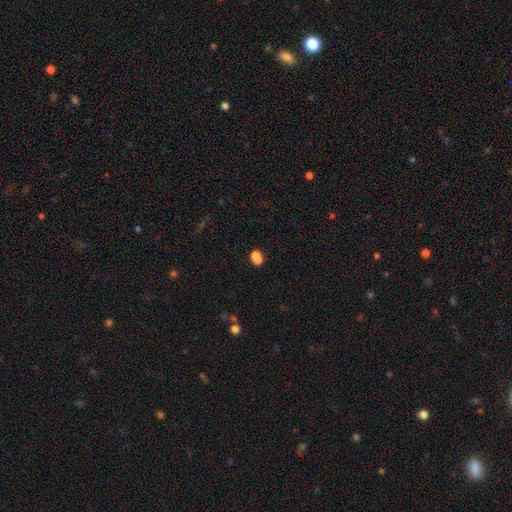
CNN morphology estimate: Q: Smooth or featured?
A: smooth (74%); runner-up: star or artifact (15%)
Q: How rounded?
A: in between (56%); runner-up: round (42%)
Q: Merging?
A: merger (44%); runner-up: none (40%)